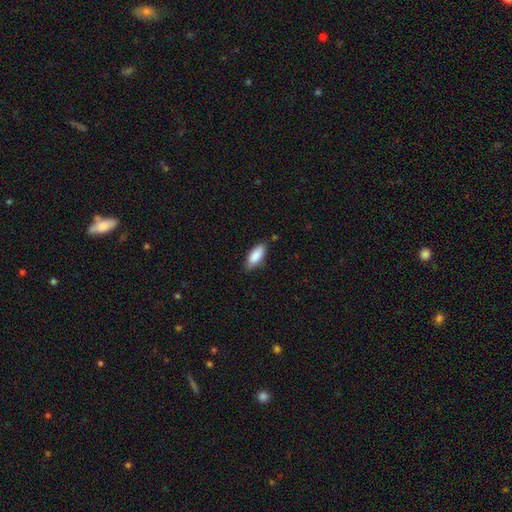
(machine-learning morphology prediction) Overall: smooth (87%). How rounded: in between (81%). Merging: none (79%).